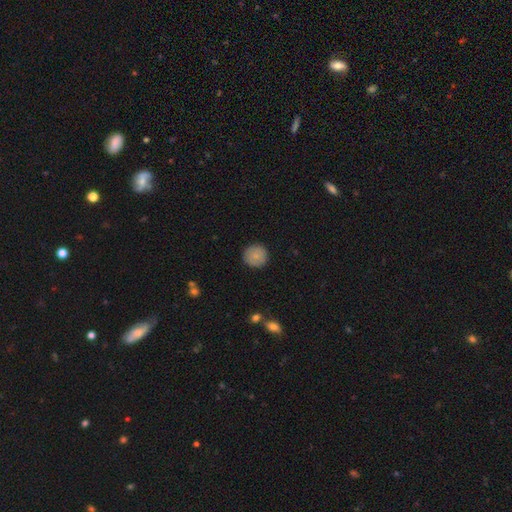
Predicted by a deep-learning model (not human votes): Smooth or featured?
  - smooth: 83% *
  - featured or disk: 10%
  - star or artifact: 7%
How rounded?
  - round: 94% *
  - in between: 5%
  - cigar-shaped: 1%
Merging?
  - none: 89% *
  - minor disturbance: 8%
  - major disturbance: 2%
  - merger: 1%